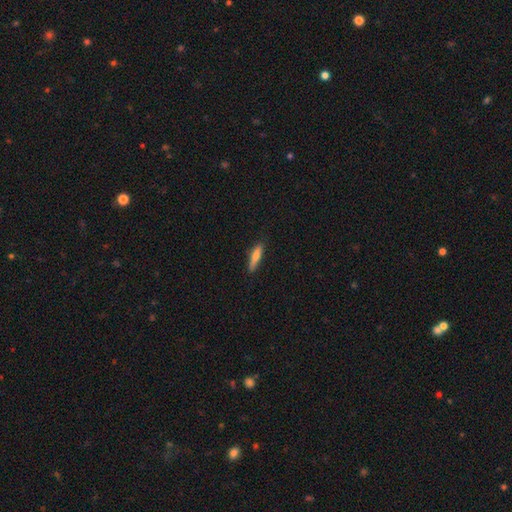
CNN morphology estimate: type=smooth (70%); roundness=cigar-shaped (80%); merging=none (84%).